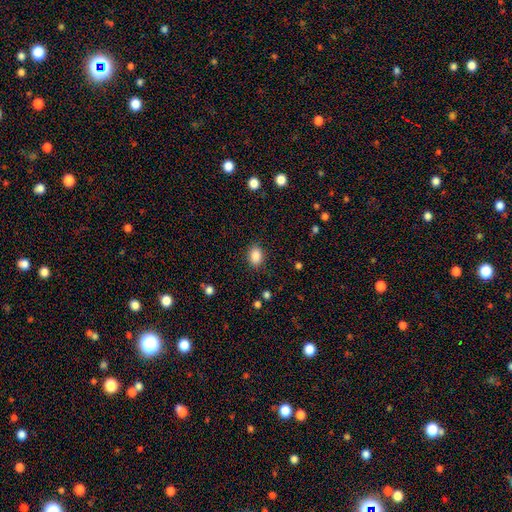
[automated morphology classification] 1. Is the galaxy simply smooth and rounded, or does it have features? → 86% smooth, 9% star or artifact, 5% featured or disk.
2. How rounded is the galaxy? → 75% in between, 23% round, 1% cigar-shaped.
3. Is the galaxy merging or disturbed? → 85% none, 11% minor disturbance, 3% major disturbance, 1% merger.